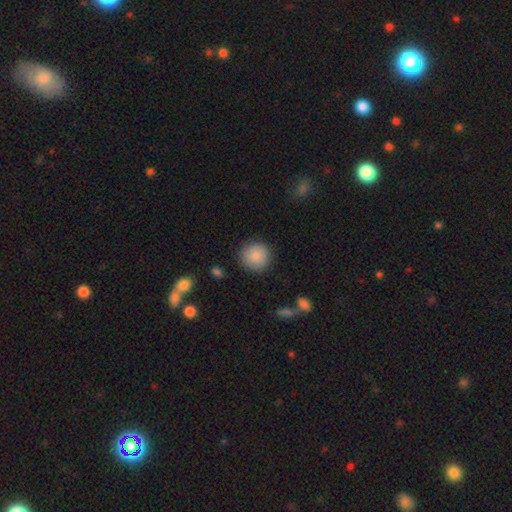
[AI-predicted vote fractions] Q: Smooth or featured?
A: smooth (86%); runner-up: star or artifact (8%)
Q: How rounded?
A: round (92%); runner-up: in between (7%)
Q: Merging?
A: none (87%); runner-up: minor disturbance (9%)